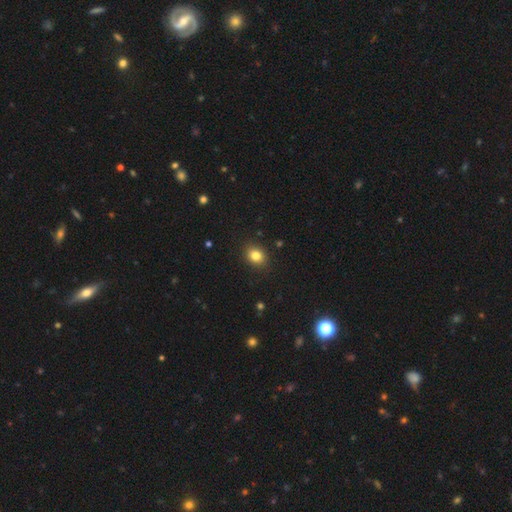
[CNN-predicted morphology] This appears to be a smooth galaxy with no disk features (82%) that is round (56%). Merging: none (89%).